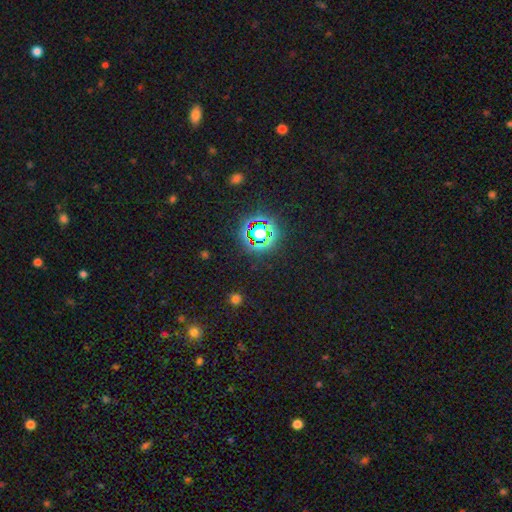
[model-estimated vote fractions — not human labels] Smooth or featured?
  - star or artifact: 77% *
  - smooth: 15%
  - featured or disk: 7%